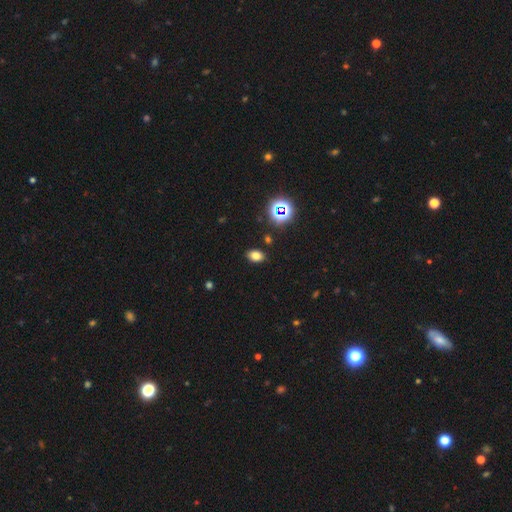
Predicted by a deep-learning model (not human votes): Q: Smooth or featured?
A: smooth (74%); runner-up: star or artifact (19%)
Q: How rounded?
A: in between (83%); runner-up: round (16%)
Q: Merging?
A: none (88%); runner-up: minor disturbance (8%)